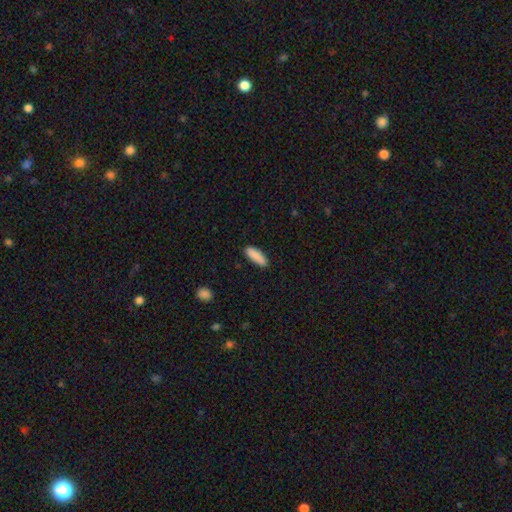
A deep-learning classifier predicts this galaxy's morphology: smooth-or-featured: smooth: 89% | star or artifact: 6% | featured or disk: 5%
  how-rounded: cigar-shaped: 50% | in between: 48% | round: 2%
  merging: none: 86% | minor disturbance: 10% | major disturbance: 2% | merger: 1%